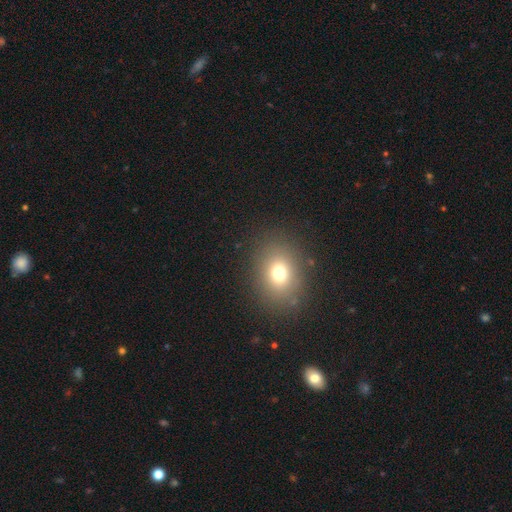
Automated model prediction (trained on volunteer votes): Morphology: type=smooth (69%); roundness=in between (51%); merging=none (91%).